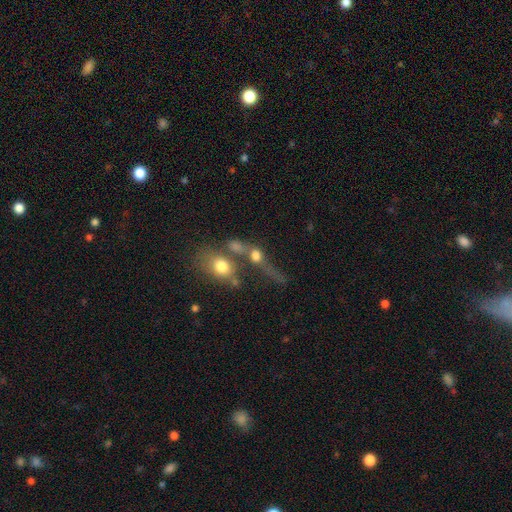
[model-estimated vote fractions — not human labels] This appears to be a smooth galaxy with no disk features (58%) that is round (49%). Merging: merger (51%).